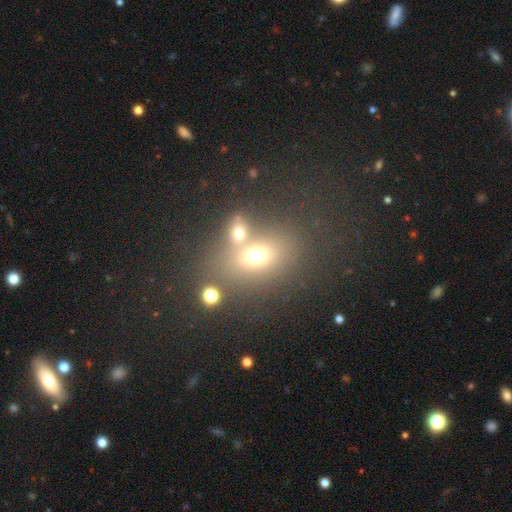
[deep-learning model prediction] Smooth or featured: smooth — 65% (featured or disk — 18%)
How rounded: in between — 65% (round — 32%)
Merging: none — 48% (merger — 35%)